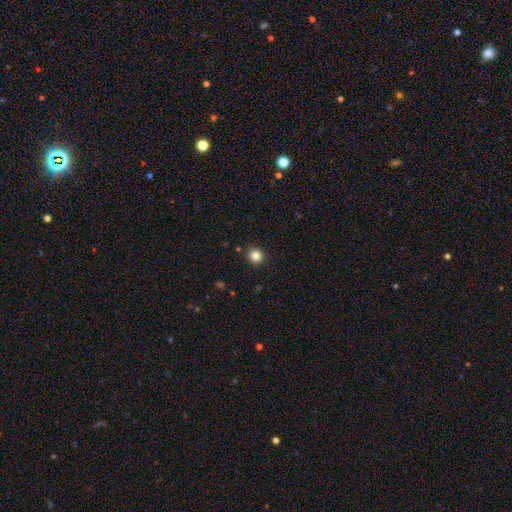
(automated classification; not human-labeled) Smooth or featured?
  - smooth: 84% *
  - star or artifact: 12%
  - featured or disk: 4%
How rounded?
  - round: 92% *
  - in between: 7%
  - cigar-shaped: 1%
Merging?
  - none: 92% *
  - minor disturbance: 5%
  - major disturbance: 2%
  - merger: 1%